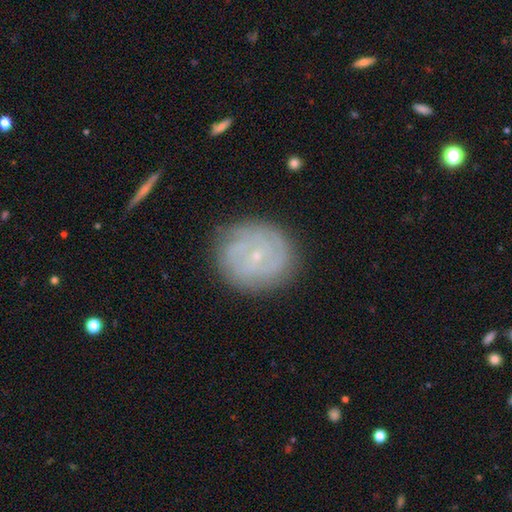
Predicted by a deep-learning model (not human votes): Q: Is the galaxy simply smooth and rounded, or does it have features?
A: featured or disk — 66%.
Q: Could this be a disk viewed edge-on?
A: no — 97%.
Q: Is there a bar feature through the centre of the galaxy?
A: no — 69%.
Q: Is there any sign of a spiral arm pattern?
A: yes — 82%.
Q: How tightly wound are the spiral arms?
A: tight — 72%.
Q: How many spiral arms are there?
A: can't tell — 47%.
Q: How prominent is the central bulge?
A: small — 87%.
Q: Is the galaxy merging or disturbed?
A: none — 81%.